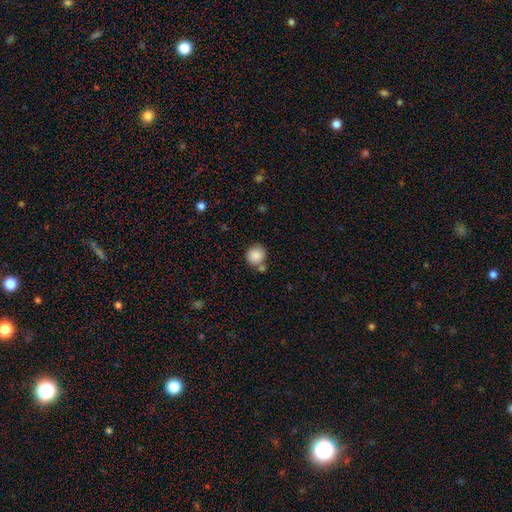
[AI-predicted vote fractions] smooth_or_featured: smooth (p=0.86) [alt: star or artifact p=0.08]
how_rounded: round (p=0.89) [alt: in between p=0.10]
merging: none (p=0.66) [alt: merger p=0.18]